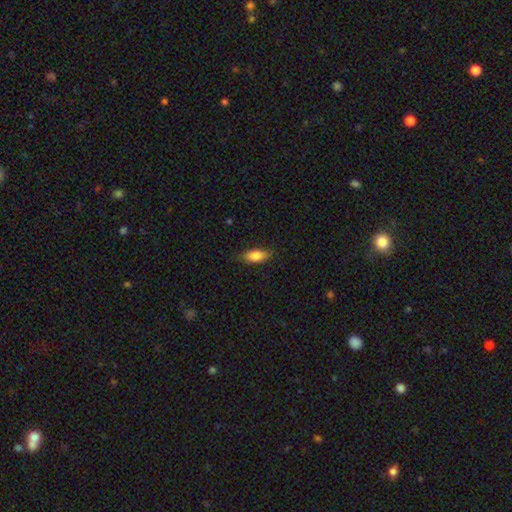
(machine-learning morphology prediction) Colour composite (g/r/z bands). It shows a smooth galaxy with no disk features (83%) that is in between round and cigar-shaped (83%). Merging: none (83%).